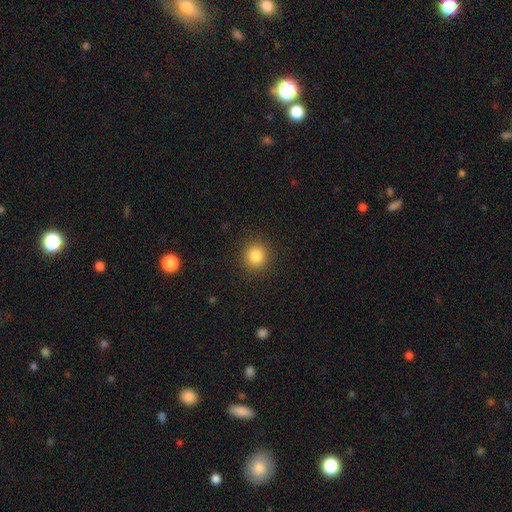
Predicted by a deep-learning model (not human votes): This is clearly a smooth galaxy (84%). How rounded: clearly round (92%). Merging: clearly none (91%).